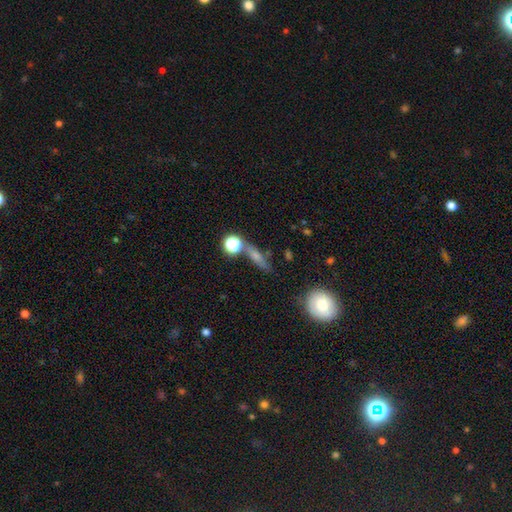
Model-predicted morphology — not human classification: Smooth or featured?
  - smooth: 58% *
  - featured or disk: 24%
  - star or artifact: 18%
How rounded?
  - cigar-shaped: 56% *
  - in between: 25%
  - round: 18%
Merging?
  - none: 66% *
  - minor disturbance: 15%
  - merger: 13%
  - major disturbance: 6%